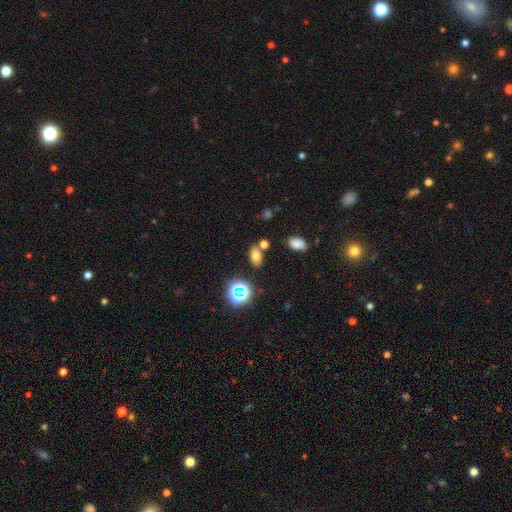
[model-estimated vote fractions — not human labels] Q: Smooth or featured?
A: smooth (68%); runner-up: star or artifact (20%)
Q: How rounded?
A: in between (83%); runner-up: round (15%)
Q: Merging?
A: none (73%); runner-up: merger (12%)